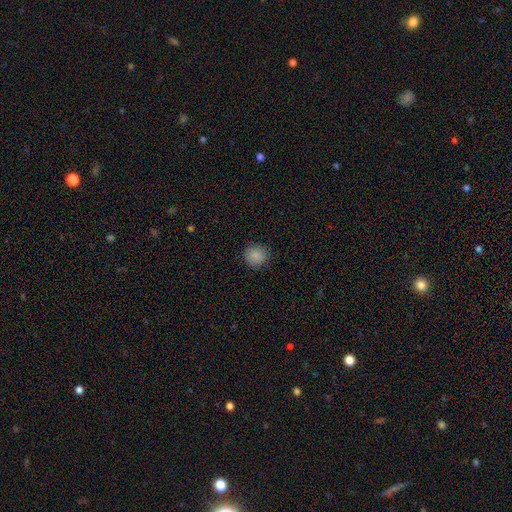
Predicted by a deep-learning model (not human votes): Smooth or featured? smooth (86%)
How rounded? round (91%)
Merging? none (89%)